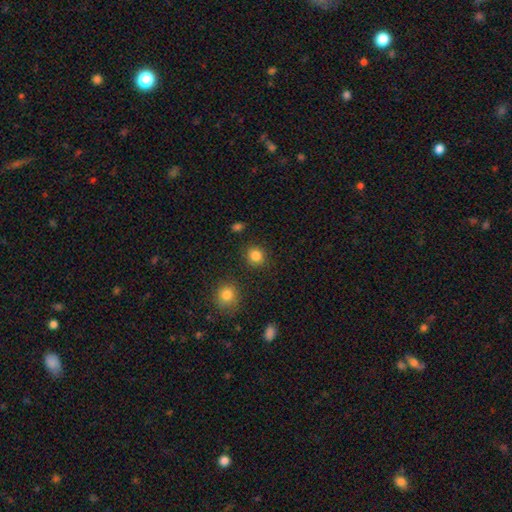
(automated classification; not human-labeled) This appears to be a smooth galaxy with no disk features (85%) that is round (87%). Merging: none (88%).